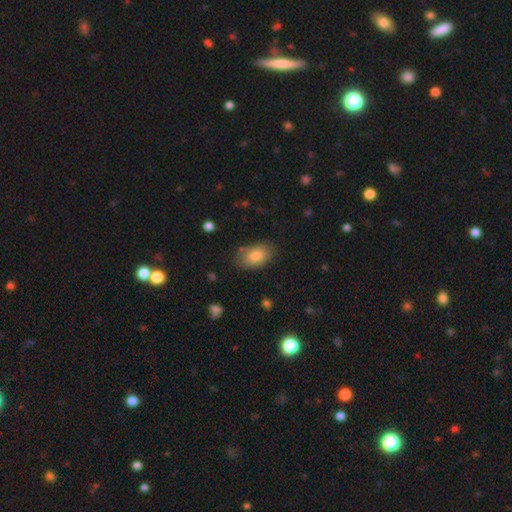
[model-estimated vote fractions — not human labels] Smooth or featured: smooth — 82% (featured or disk — 11%)
How rounded: in between — 90% (round — 8%)
Merging: none — 76% (minor disturbance — 18%)